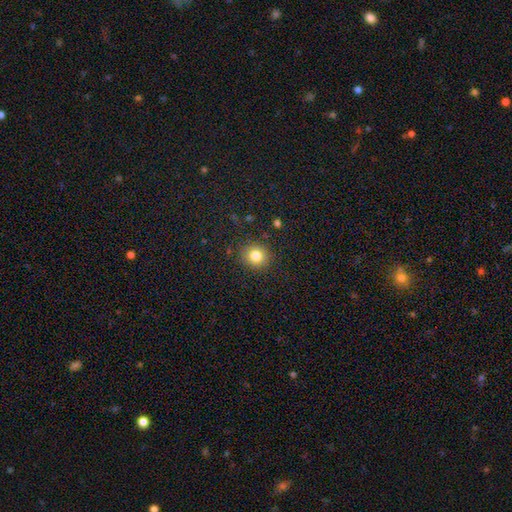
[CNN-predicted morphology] Smooth or featured? smooth (81%)
How rounded? round (87%)
Merging? none (89%)